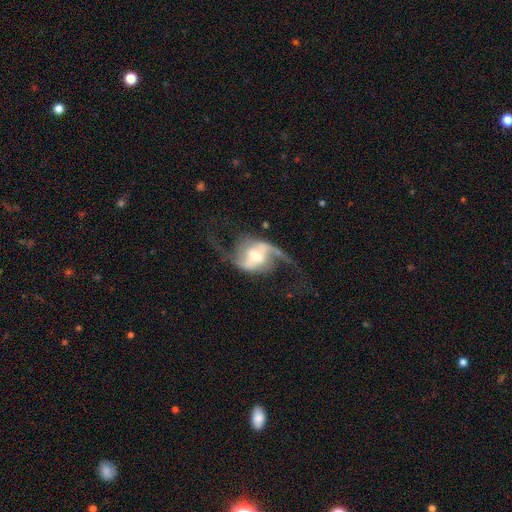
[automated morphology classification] smooth-or-featured: featured or disk: 88% | smooth: 7% | star or artifact: 5%
  disk-edge-on: no: 97% | yes: 3%
    bar: weak: 47% | strong: 36% | no: 17%
    has-spiral-arms: yes: 96% | no: 4%
      spiral-winding: loose: 75% | medium: 21% | tight: 4%
      spiral-arm-count: 2: 91% | 1: 3% | can't tell: 2% | 3: 2% | 4: 1% | more than 4: 1%
    bulge-size: moderate: 55% | small: 29% | large: 11% | none: 3% | dominant: 2%
  merging: none: 63% | major disturbance: 20% | minor disturbance: 15% | merger: 3%